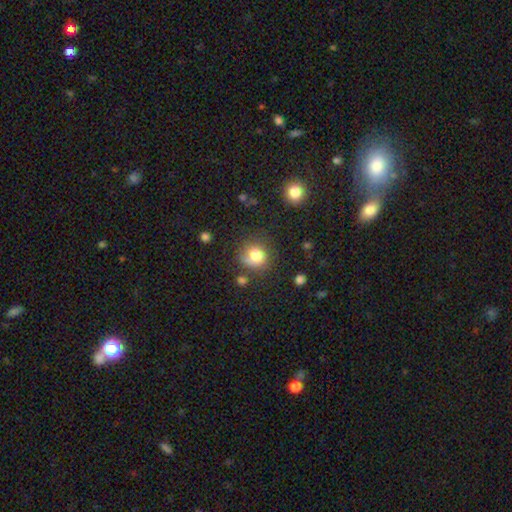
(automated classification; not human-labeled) This is likely a smooth galaxy (76%). How rounded: likely round (79%). Merging: likely none (61%).